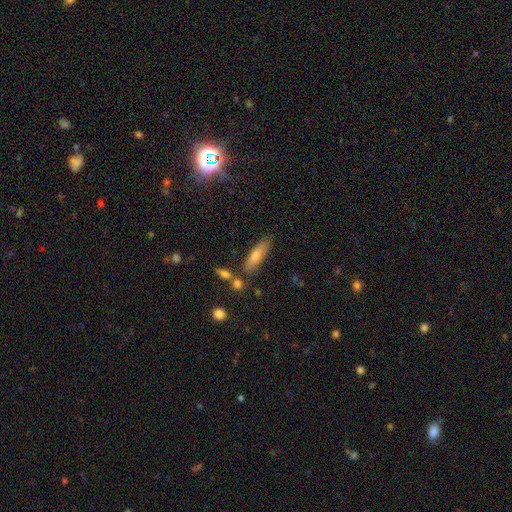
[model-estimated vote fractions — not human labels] Overall: smooth (66%). How rounded: cigar-shaped (60%; in between 37%). Merging: none (76%).